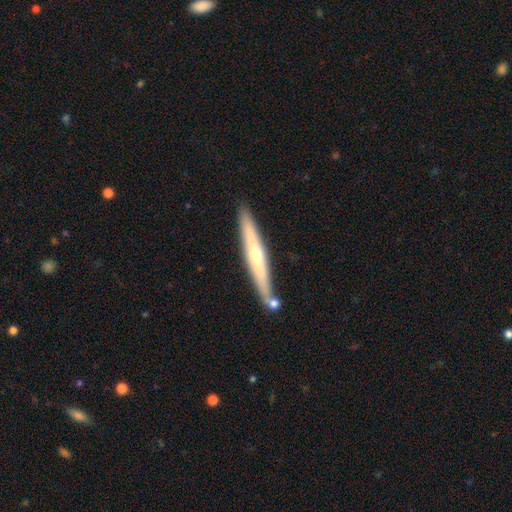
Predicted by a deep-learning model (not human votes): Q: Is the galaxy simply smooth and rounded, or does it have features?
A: featured or disk — 58%.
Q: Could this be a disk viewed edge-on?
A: yes — 93%.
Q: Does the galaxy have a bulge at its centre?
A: rounded — 73%.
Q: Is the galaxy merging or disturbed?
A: none — 80%.